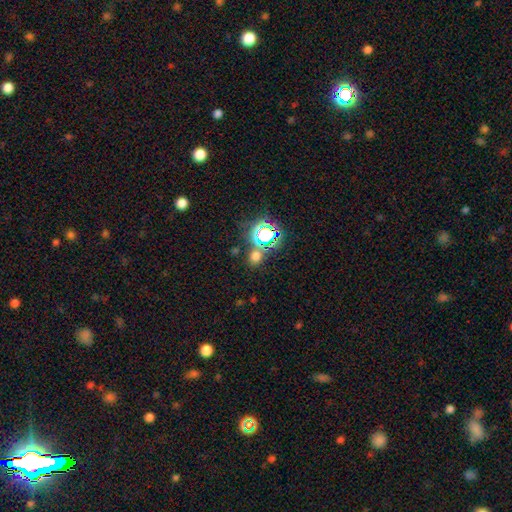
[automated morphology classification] This appears to be a smooth galaxy with no disk features (56%) that is round (73%). Merging: none (74%).